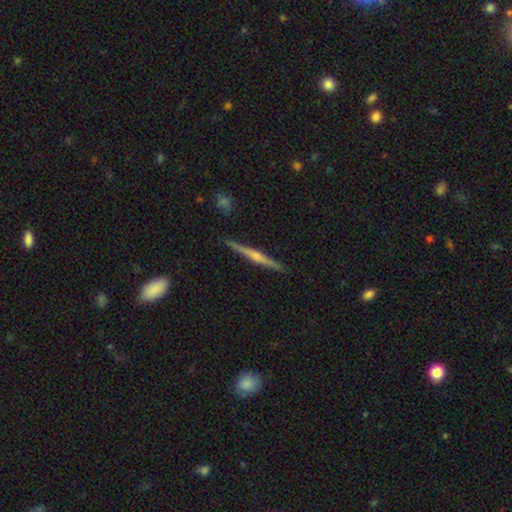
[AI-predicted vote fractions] Smooth or featured: featured or disk — 74% (smooth — 19%)
Edge-on disk: yes — 98% (no — 2%)
Edge-on bulge: rounded — 79% (none — 12%)
Merging: none — 91% (minor disturbance — 6%)